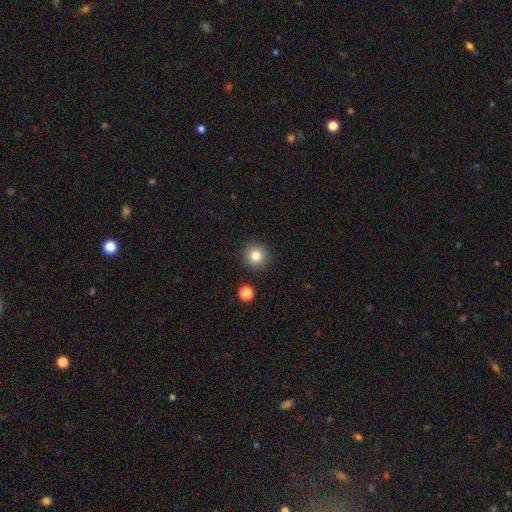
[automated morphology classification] type=smooth (83%); roundness=round (95%); merging=none (90%).